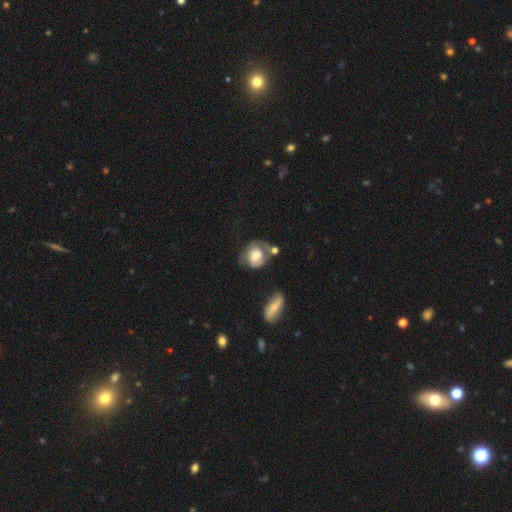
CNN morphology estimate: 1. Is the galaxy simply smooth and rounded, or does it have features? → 52% smooth, 41% featured or disk, 7% star or artifact.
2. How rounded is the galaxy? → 55% round, 43% in between, 1% cigar-shaped.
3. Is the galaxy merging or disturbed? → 38% none, 27% minor disturbance, 21% major disturbance, 14% merger.